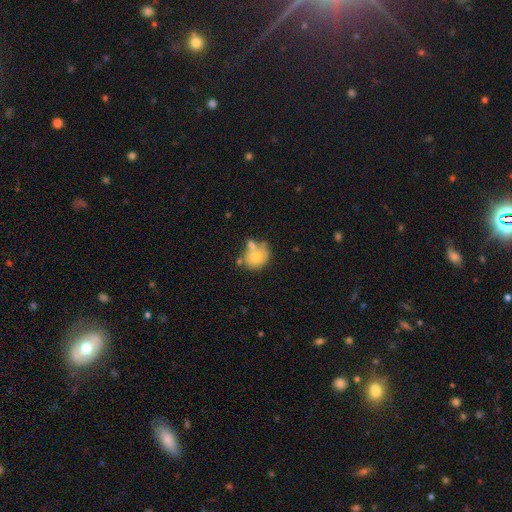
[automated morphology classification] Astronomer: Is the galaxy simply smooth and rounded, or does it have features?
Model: smooth — 65%.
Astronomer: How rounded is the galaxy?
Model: round — 71%.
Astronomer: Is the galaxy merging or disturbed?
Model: none — 40% (runner-up: merger, 33%).